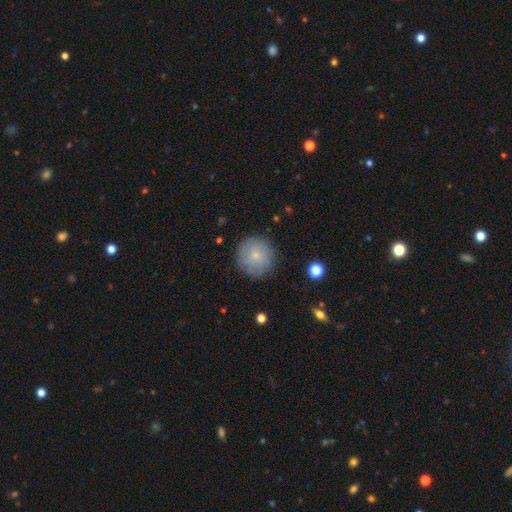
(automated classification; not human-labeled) Smooth or featured: smooth — 75% (featured or disk — 17%)
How rounded: round — 94% (in between — 5%)
Merging: none — 83% (minor disturbance — 12%)